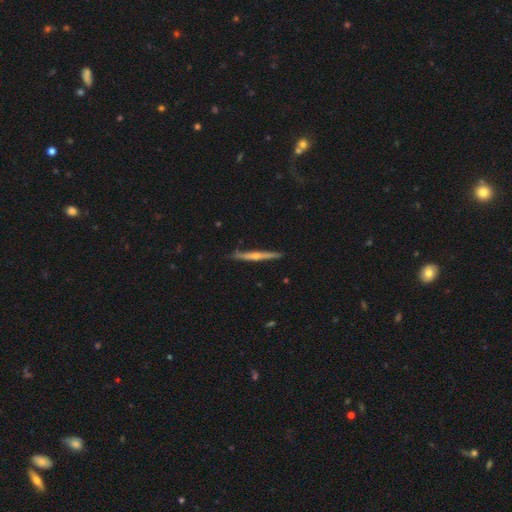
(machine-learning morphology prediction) Smooth or featured? featured or disk (70%)
Edge-on disk? yes (97%)
Edge-on bulge? rounded (76%)
Merging? none (87%)